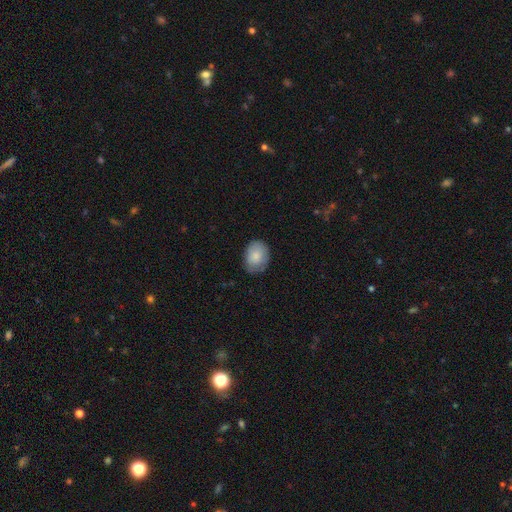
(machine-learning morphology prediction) The model was most divided on "how rounded": in between: 61%, round: 38%, cigar-shaped: 1%. More confident: smooth or featured — smooth (79%); merging — none (73%).